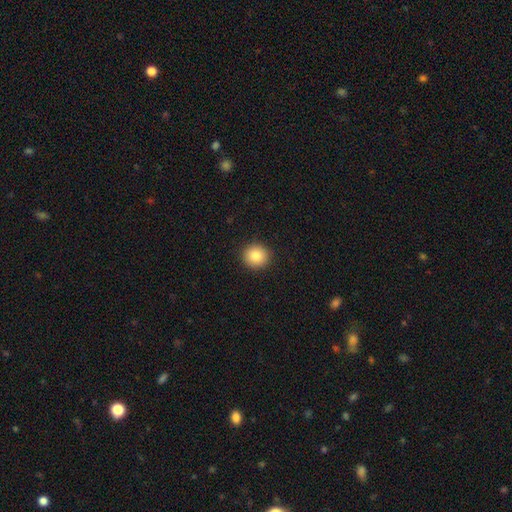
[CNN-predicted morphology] The model was most divided on "smooth or featured": smooth: 86%, star or artifact: 9%, featured or disk: 6%. More confident: merging — none (92%); how rounded — round (91%).